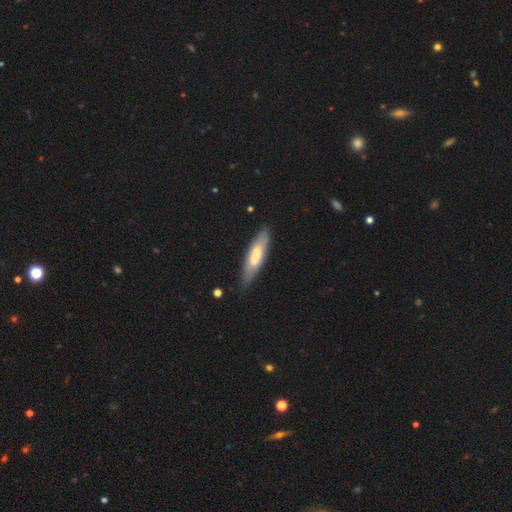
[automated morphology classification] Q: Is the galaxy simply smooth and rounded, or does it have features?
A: smooth — 66%.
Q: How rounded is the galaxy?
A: cigar-shaped — 64%.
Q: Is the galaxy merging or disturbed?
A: none — 77%.